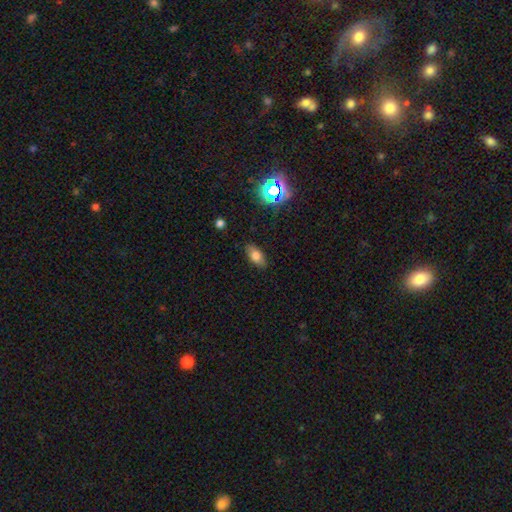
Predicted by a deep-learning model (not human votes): smooth 73%, featured or disk 14%, star or artifact 13%. Down the decision tree: how rounded — in between (87%); merging — none (85%).